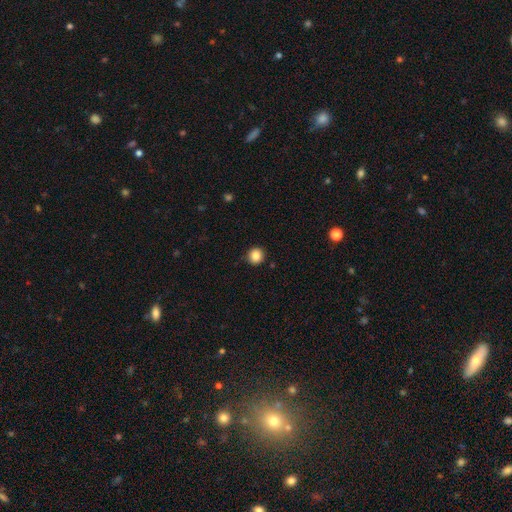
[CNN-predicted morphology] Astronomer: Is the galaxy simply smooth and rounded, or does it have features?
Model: smooth — 86%.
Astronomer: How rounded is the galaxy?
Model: round — 92%.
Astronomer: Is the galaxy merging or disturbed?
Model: none — 90%.